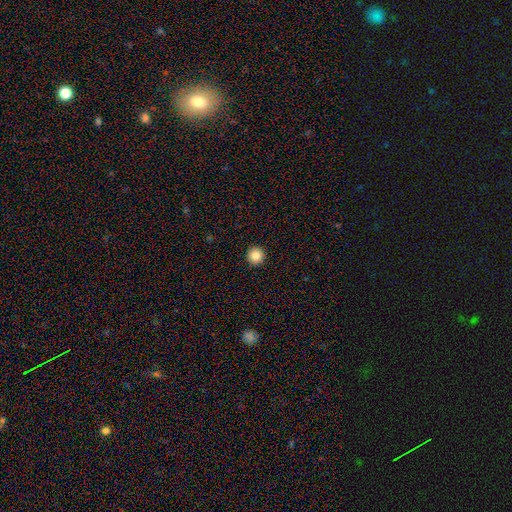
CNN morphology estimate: The model was most divided on "smooth or featured": smooth: 84%, star or artifact: 10%, featured or disk: 6%. More confident: how rounded — round (95%); merging — none (94%).